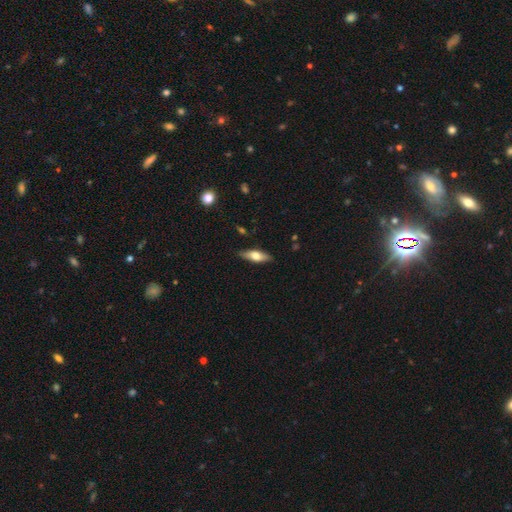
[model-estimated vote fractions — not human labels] Smooth or featured? smooth (60%)
How rounded? in between (62%)
Merging? none (86%)